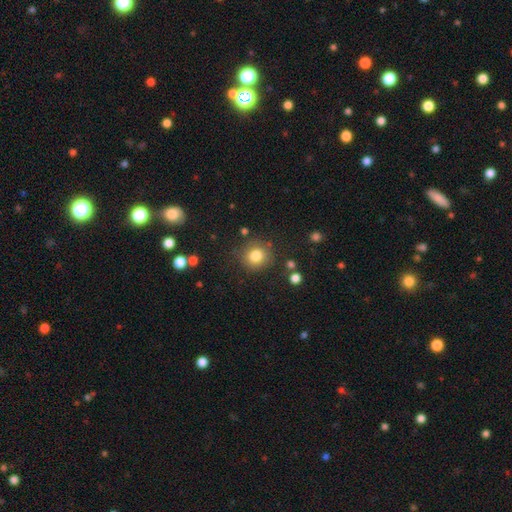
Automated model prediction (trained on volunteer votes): Smooth or featured? Predicted: smooth (p=0.82). How rounded? Predicted: round (p=0.90). Merging? Predicted: none (p=0.84).